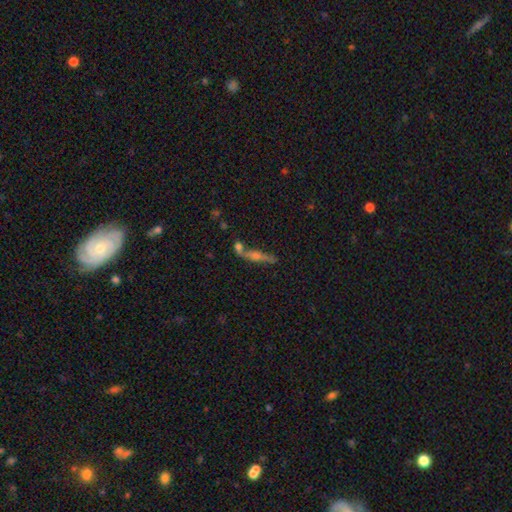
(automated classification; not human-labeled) This appears to be a featured or disk galaxy (66%) viewed edge-on (86%) with a rounded central bulge (87%). Merging: none (61%).